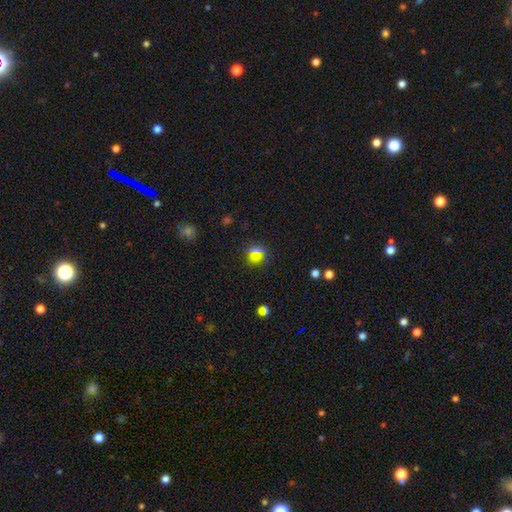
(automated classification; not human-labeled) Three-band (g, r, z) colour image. It shows a smooth galaxy with no disk features (55%) that is round (88%). Merging: none (80%).